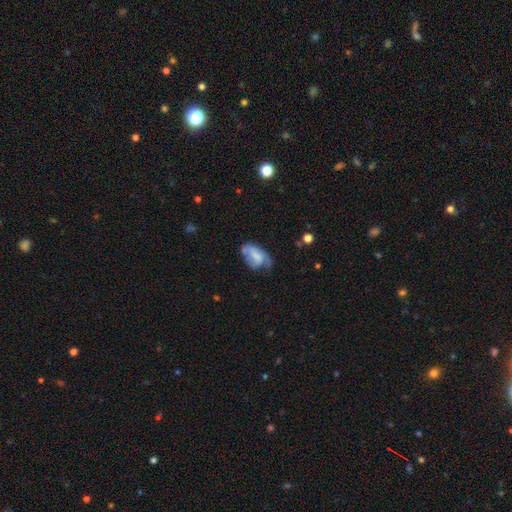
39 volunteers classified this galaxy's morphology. Volunteers were most divided on "merging": major disturbance: 38%, minor disturbance: 32%, none: 27%, merger: 3%. More confident: how rounded — in between (100%); smooth or featured — smooth (56%).